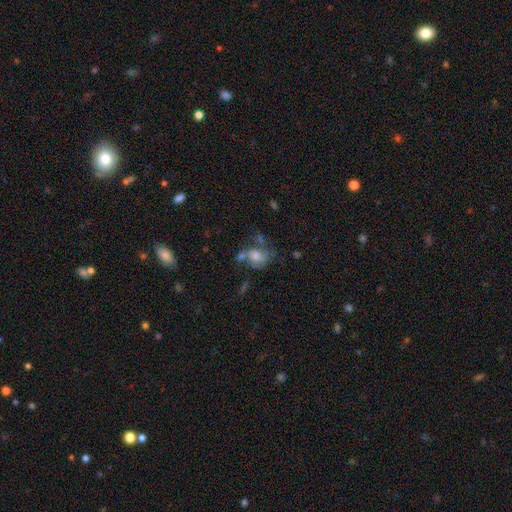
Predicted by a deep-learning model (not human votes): smooth-or-featured: smooth: 49% | featured or disk: 37% | star or artifact: 14%
  merging: none: 35% | merger: 24% | major disturbance: 21% | minor disturbance: 20%